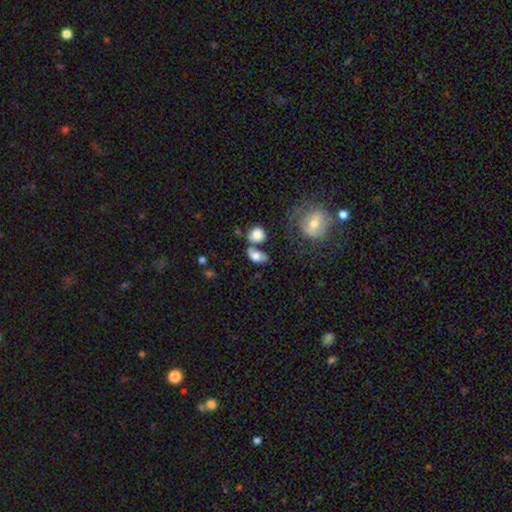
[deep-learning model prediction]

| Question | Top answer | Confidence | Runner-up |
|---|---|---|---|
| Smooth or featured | smooth | 72% | featured or disk (18%) |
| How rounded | in between | 76% | round (20%) |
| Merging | none | 37% | merger (35%) |